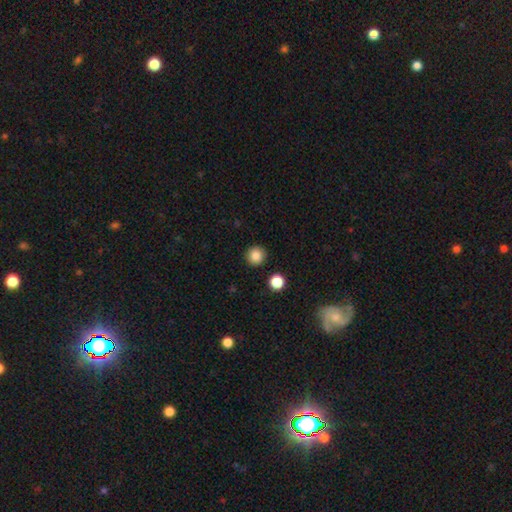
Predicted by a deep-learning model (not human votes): Smooth or featured? Predicted: smooth (p=0.86). How rounded? Predicted: round (p=0.94). Merging? Predicted: none (p=0.91).